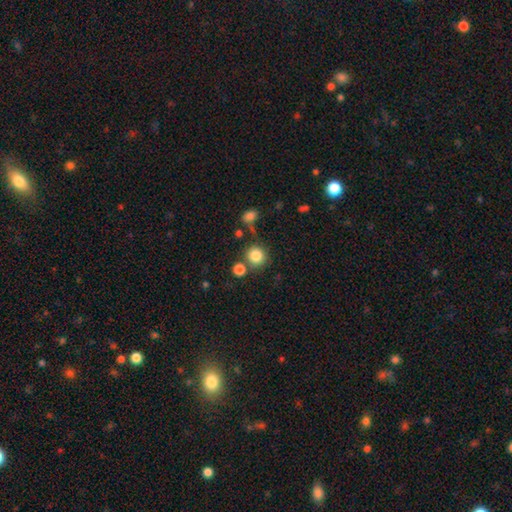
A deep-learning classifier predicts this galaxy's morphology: Smooth or featured?
  - smooth: 83% *
  - star or artifact: 11%
  - featured or disk: 6%
How rounded?
  - round: 90% *
  - in between: 9%
  - cigar-shaped: 1%
Merging?
  - none: 73% *
  - merger: 13%
  - minor disturbance: 10%
  - major disturbance: 4%